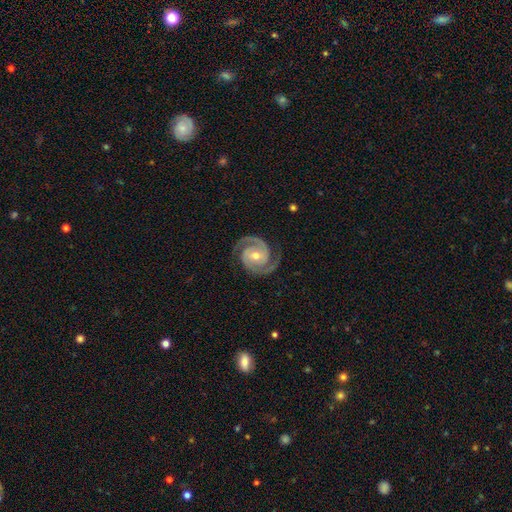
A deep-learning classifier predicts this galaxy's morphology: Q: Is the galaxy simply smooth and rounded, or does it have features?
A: featured or disk — 93%.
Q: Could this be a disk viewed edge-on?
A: no — 98%.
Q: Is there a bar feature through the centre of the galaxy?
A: no — 52%.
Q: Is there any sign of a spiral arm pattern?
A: yes — 99%.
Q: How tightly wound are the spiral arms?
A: tight — 53%.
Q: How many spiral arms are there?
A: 2 — 93%.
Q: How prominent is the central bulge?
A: moderate — 61%.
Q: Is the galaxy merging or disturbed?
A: none — 85%.